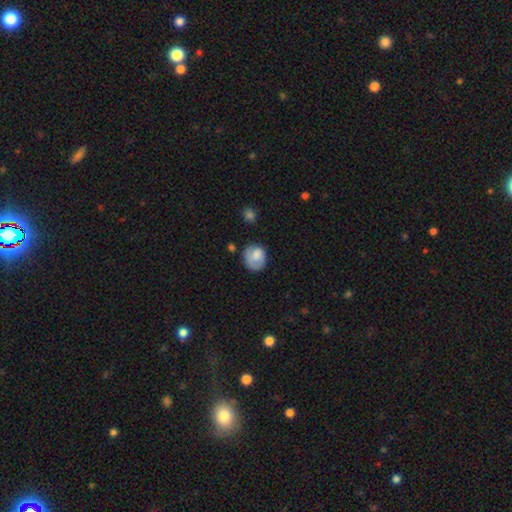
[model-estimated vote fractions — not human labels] Smooth or featured? Predicted: smooth (p=0.72). How rounded? Predicted: round (p=0.63). Merging? Predicted: none (p=0.55).